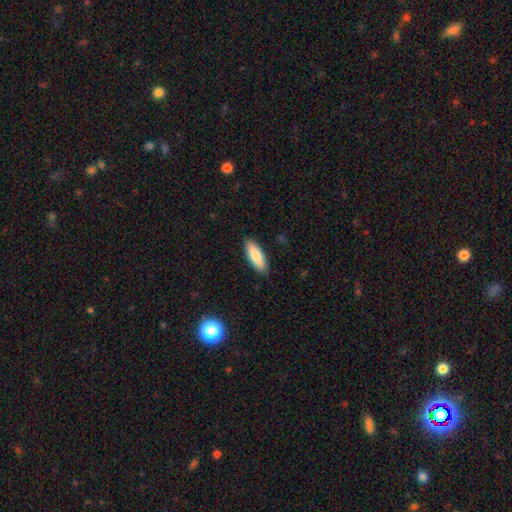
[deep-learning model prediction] Morphology: type=smooth (80%); roundness=in between (65%); merging=none (87%).